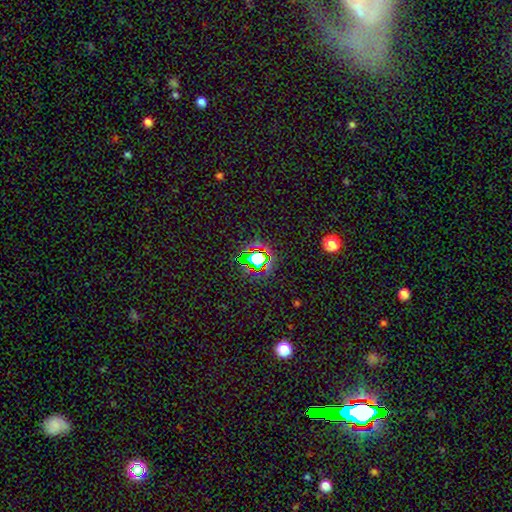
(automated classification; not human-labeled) A star or artifact, not a galaxy (69%).